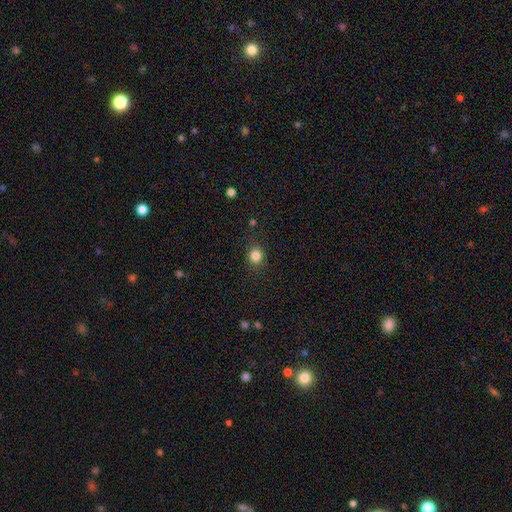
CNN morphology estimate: Q: Smooth or featured?
A: smooth (83%); runner-up: star or artifact (12%)
Q: How rounded?
A: round (71%); runner-up: in between (28%)
Q: Merging?
A: none (86%); runner-up: minor disturbance (10%)